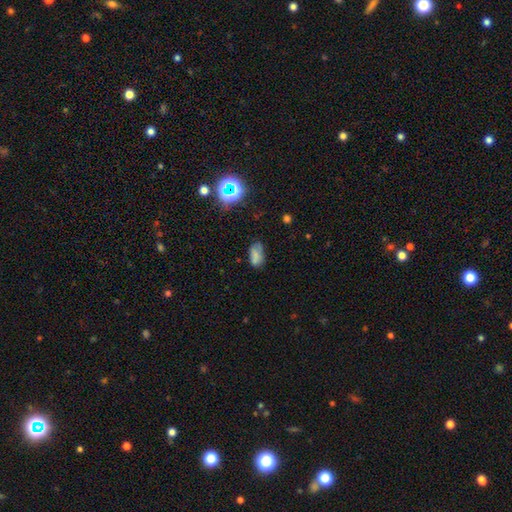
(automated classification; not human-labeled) This is likely a smooth galaxy (70%). How rounded: clearly in between (91%). Merging: likely none (64%).